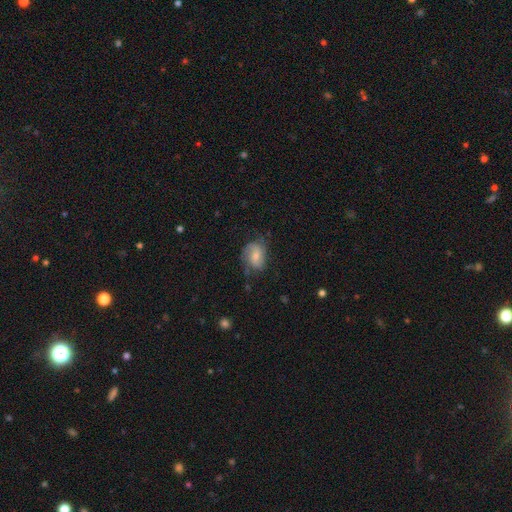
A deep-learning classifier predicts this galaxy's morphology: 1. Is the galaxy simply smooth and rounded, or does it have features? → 48% smooth, 44% featured or disk, 8% star or artifact.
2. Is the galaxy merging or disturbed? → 59% none, 28% minor disturbance, 11% major disturbance, 2% merger.